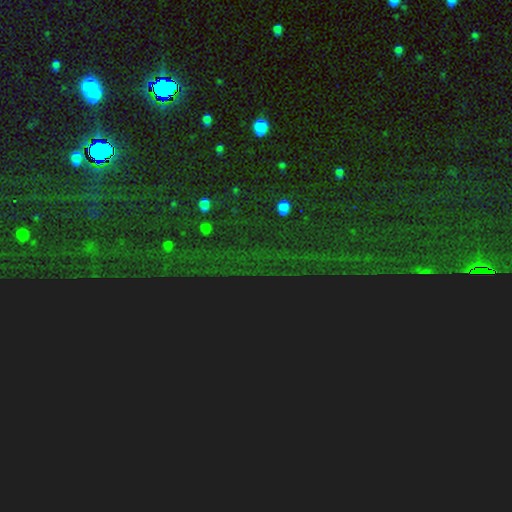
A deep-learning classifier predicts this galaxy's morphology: smooth-or-featured: star or artifact: 85% | smooth: 8% | featured or disk: 7%